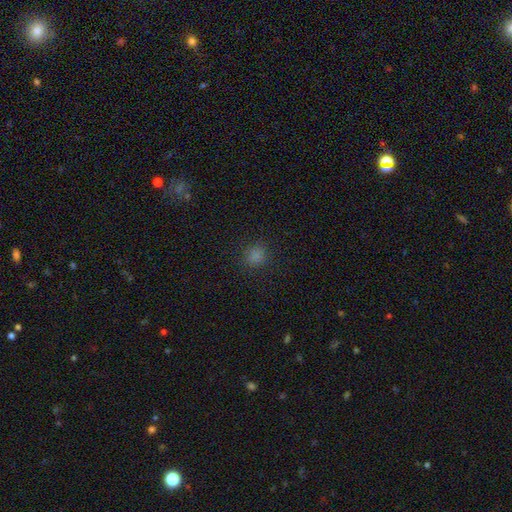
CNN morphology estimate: Smooth or featured? Predicted: smooth (p=0.77). How rounded? Predicted: round (p=0.81). Merging? Predicted: none (p=0.85).